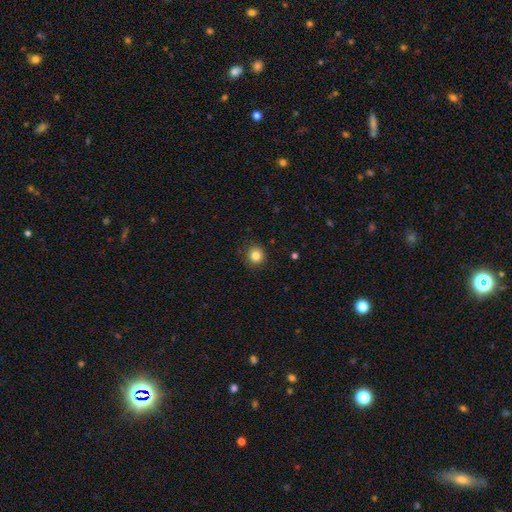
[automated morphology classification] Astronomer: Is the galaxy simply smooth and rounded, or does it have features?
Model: smooth — 83%.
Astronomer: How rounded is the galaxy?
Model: round — 92%.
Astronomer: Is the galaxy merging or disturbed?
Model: none — 90%.